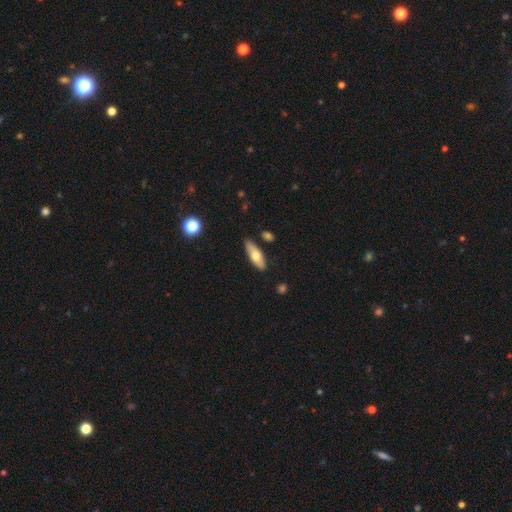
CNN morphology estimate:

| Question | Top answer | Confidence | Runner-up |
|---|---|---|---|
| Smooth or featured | smooth | 63% | featured or disk (30%) |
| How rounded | in between | 57% | cigar-shaped (41%) |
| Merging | none | 85% | minor disturbance (11%) |